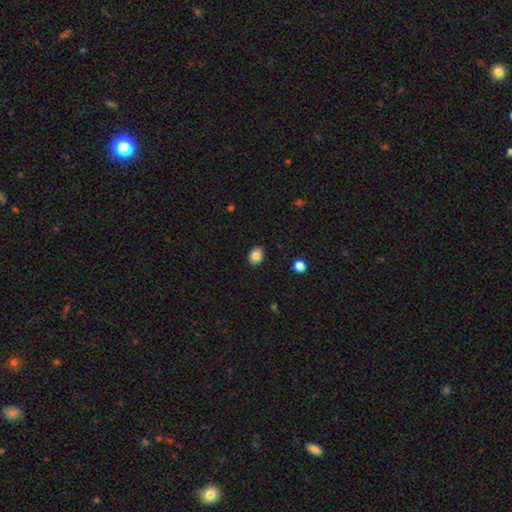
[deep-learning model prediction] The model was most divided on "how rounded": in between: 74%, round: 25%, cigar-shaped: 1%. More confident: merging — none (88%); smooth or featured — smooth (85%).